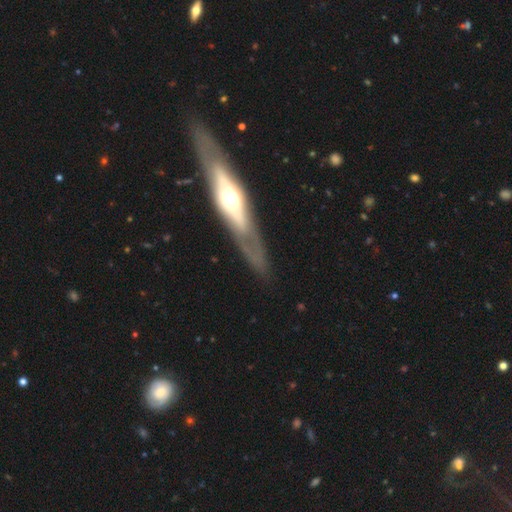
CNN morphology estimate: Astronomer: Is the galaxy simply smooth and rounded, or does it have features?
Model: featured or disk — 71%.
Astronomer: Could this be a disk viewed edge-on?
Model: yes — 59% (runner-up: no, 41%).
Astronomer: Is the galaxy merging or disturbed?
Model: none — 78%.